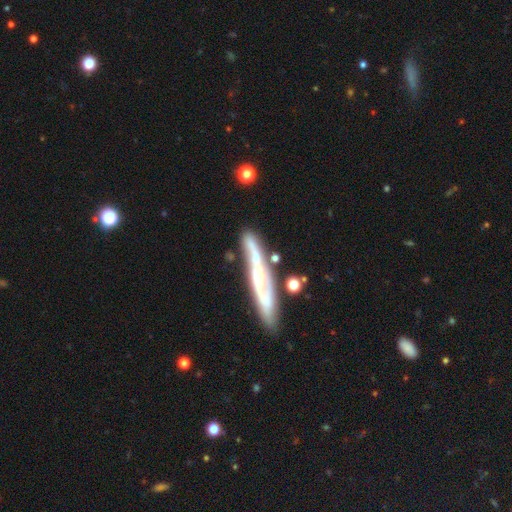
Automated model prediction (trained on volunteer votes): Smooth or featured: featured or disk — 64% (smooth — 29%)
Edge-on disk: yes — 56% (no — 44%)
Merging: none — 60% (minor disturbance — 20%)